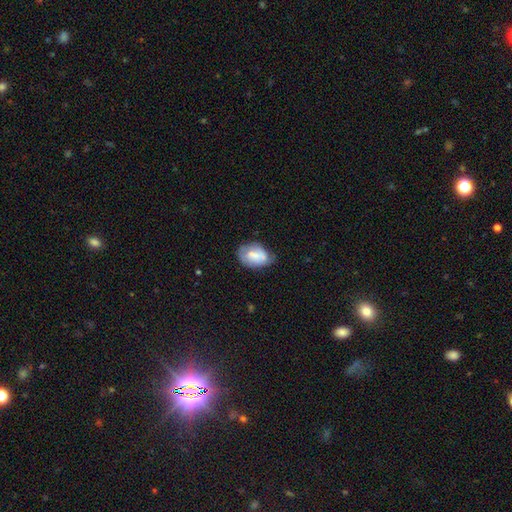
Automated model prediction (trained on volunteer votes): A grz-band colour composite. It shows a smooth galaxy with no disk features (57%) that is in between round and cigar-shaped (82%). Merging: none (46%).